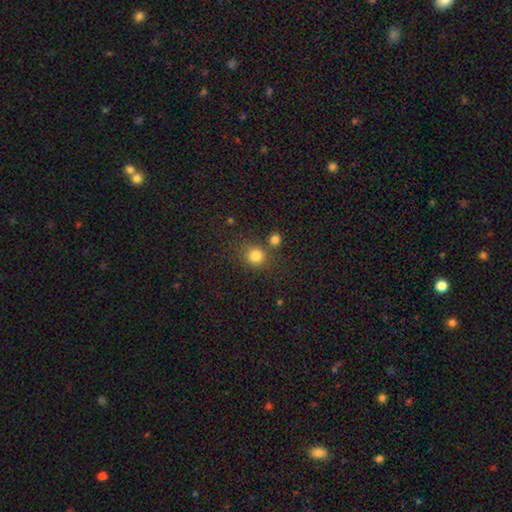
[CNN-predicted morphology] Q: Smooth or featured?
A: smooth (81%); runner-up: star or artifact (13%)
Q: How rounded?
A: round (85%); runner-up: in between (14%)
Q: Merging?
A: none (70%); runner-up: merger (17%)